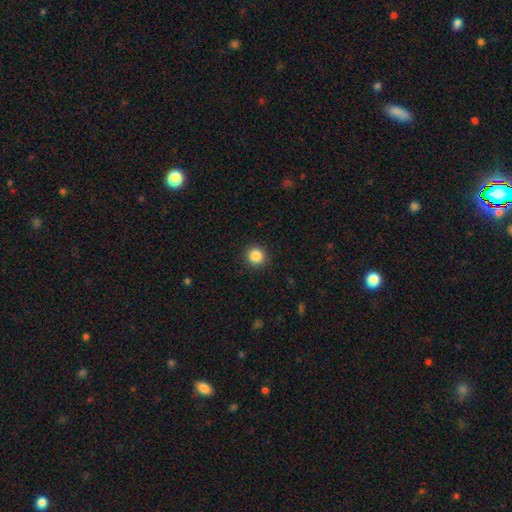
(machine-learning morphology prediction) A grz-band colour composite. It shows a smooth galaxy with no disk features (86%) that is round (95%). Merging: none (92%).